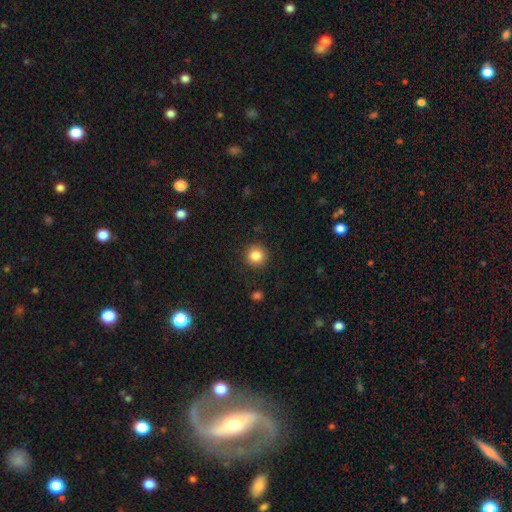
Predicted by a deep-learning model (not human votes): Q: Smooth or featured?
A: smooth (85%); runner-up: star or artifact (10%)
Q: How rounded?
A: round (94%); runner-up: in between (5%)
Q: Merging?
A: none (89%); runner-up: minor disturbance (7%)